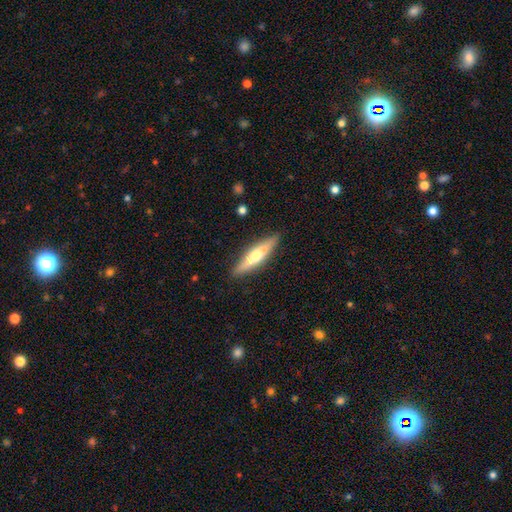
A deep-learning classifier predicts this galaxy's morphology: featured or disk 52%, smooth 42%, star or artifact 6%. Down the decision tree: edge-on disk — yes (91%); merging — none (87%).